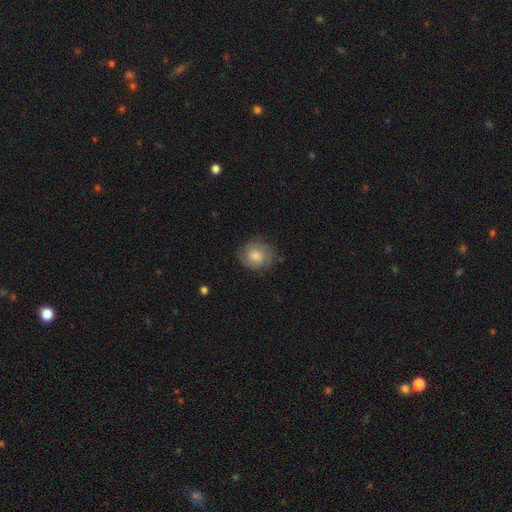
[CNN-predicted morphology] Smooth or featured?
  - featured or disk: 55% *
  - smooth: 35%
  - star or artifact: 9%
Edge-on disk?
  - no: 97% *
  - yes: 3%
Bar?
  - no: 73% *
  - weak: 24%
  - strong: 3%
Spiral arms?
  - yes: 89% *
  - no: 11%
Bulge size?
  - moderate: 51% *
  - small: 38%
  - large: 5%
  - none: 4%
  - dominant: 1%
Merging?
  - none: 77% *
  - minor disturbance: 16%
  - major disturbance: 6%
  - merger: 1%